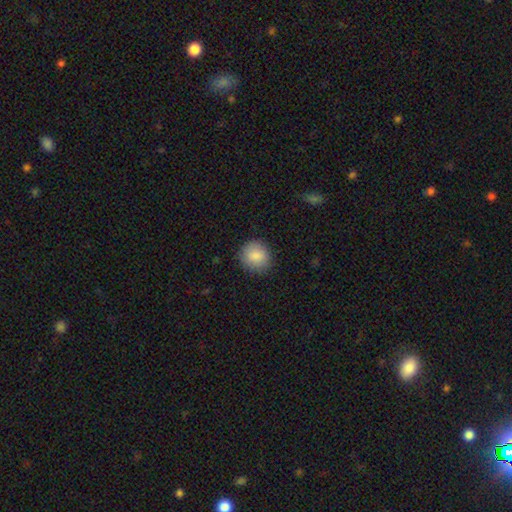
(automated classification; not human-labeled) Smooth or featured: smooth — 87% (star or artifact — 7%)
How rounded: round — 86% (in between — 13%)
Merging: none — 88% (minor disturbance — 9%)